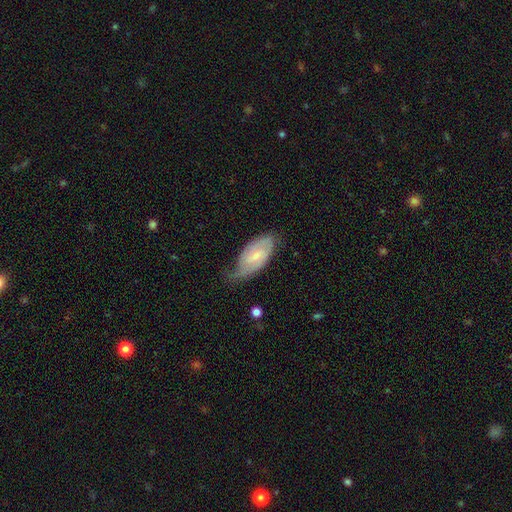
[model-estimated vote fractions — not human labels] This appears to be a featured or disk galaxy (65%) with a weak bar (55%), 2 (67%) medium (42%) spiral arms (88%) and a small central bulge (62%). Merging: none (52%).